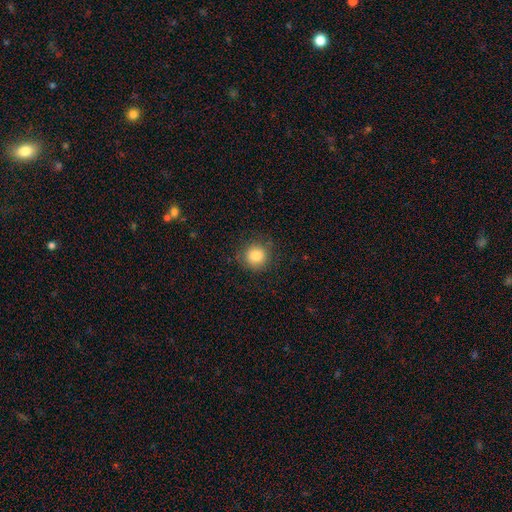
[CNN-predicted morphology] A smooth galaxy with no disk features (84%) that is round (93%).

Vote fractions:
- Smooth or featured? smooth: 84% / star or artifact: 10% / featured or disk: 6%
- How rounded? round: 93% / in between: 6% / cigar-shaped: 1%
- Merging? none: 86% / minor disturbance: 10% / major disturbance: 3% / merger: 1%